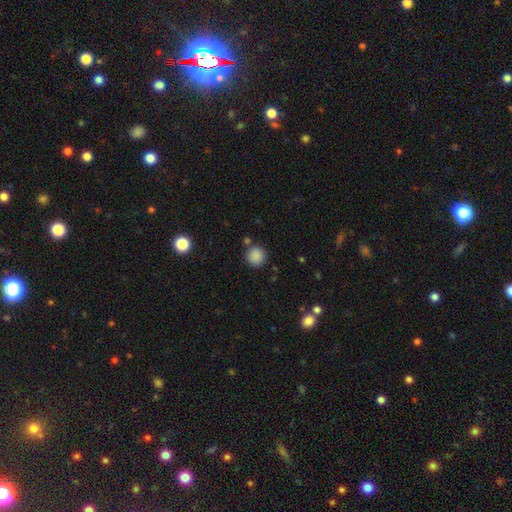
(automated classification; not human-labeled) Smooth or featured?
  - smooth: 87% *
  - star or artifact: 10%
  - featured or disk: 3%
How rounded?
  - round: 93% *
  - in between: 6%
  - cigar-shaped: 1%
Merging?
  - none: 83% *
  - minor disturbance: 8%
  - merger: 6%
  - major disturbance: 3%